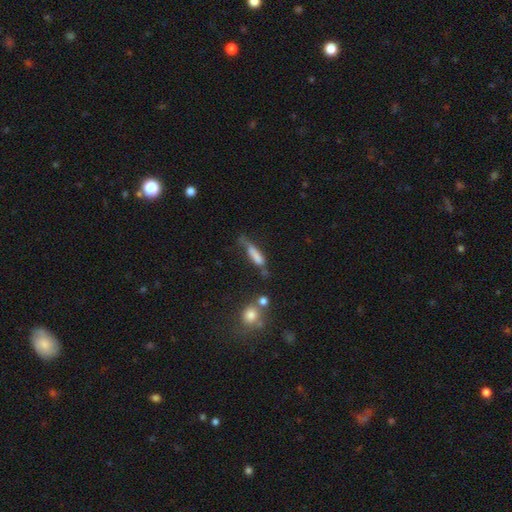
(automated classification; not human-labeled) The model was most divided on "merging": none: 34%, minor disturbance: 31%, major disturbance: 24%, merger: 11%. More confident: how rounded — cigar-shaped (74%); smooth or featured — smooth (69%).